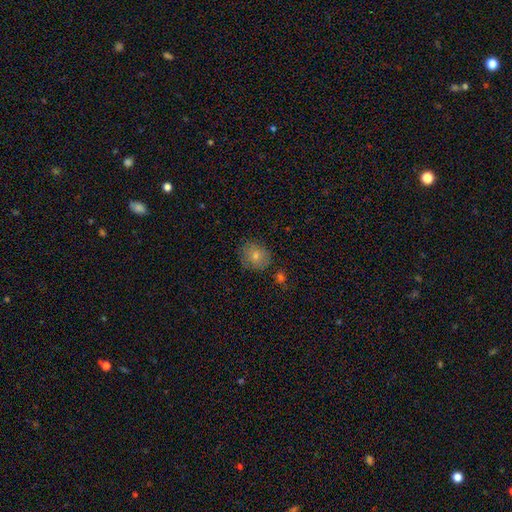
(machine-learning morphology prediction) This appears to be a smooth galaxy with no disk features (68%) that is round (72%). Merging: none (78%).